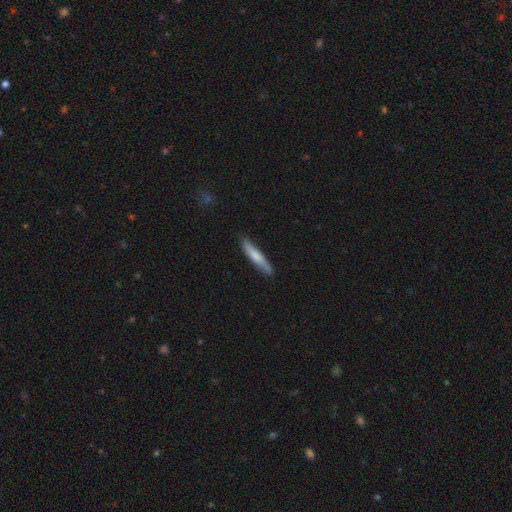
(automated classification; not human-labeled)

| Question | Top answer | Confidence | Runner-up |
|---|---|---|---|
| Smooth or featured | smooth | 70% | featured or disk (25%) |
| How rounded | cigar-shaped | 90% | in between (9%) |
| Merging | none | 82% | minor disturbance (14%) |